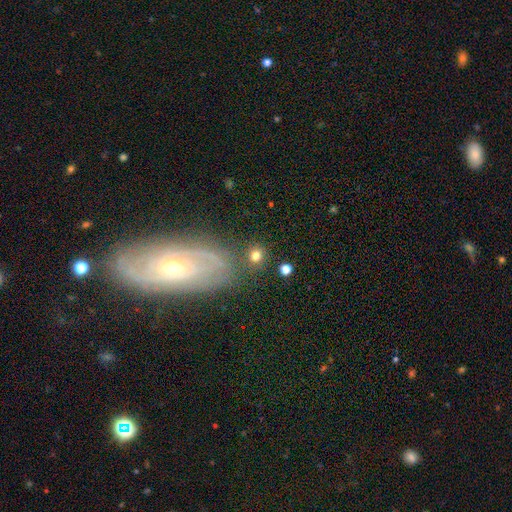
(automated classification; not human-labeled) smooth_or_featured: smooth (p=0.77) [alt: star or artifact p=0.12]
how_rounded: round (p=0.86) [alt: in between p=0.13]
merging: none (p=0.81) [alt: minor disturbance p=0.09]